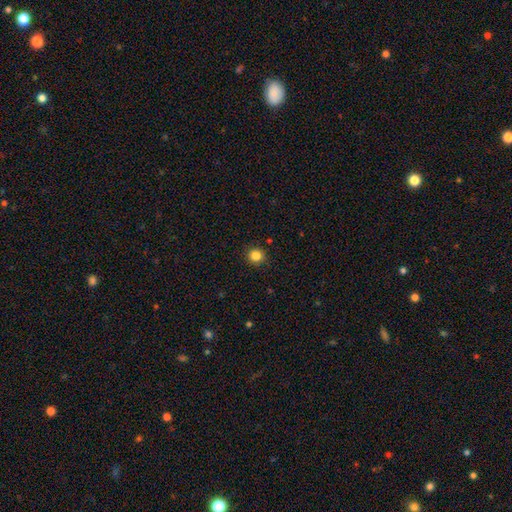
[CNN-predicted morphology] Overall: smooth (84%). How rounded: round (92%). Merging: none (92%).